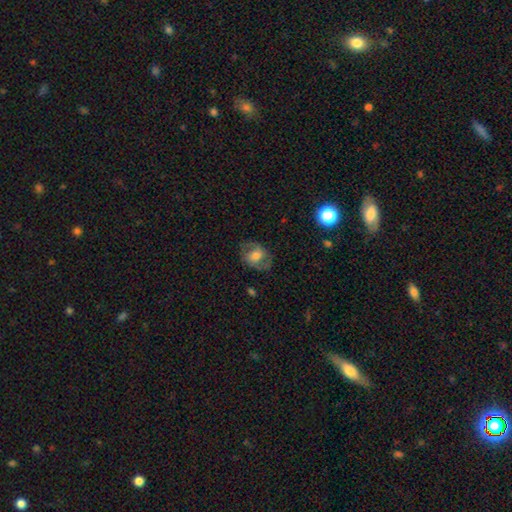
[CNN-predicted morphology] smooth-or-featured: featured or disk: 46% | smooth: 45% | star or artifact: 9%
  merging: none: 72% | minor disturbance: 17% | major disturbance: 9% | merger: 1%